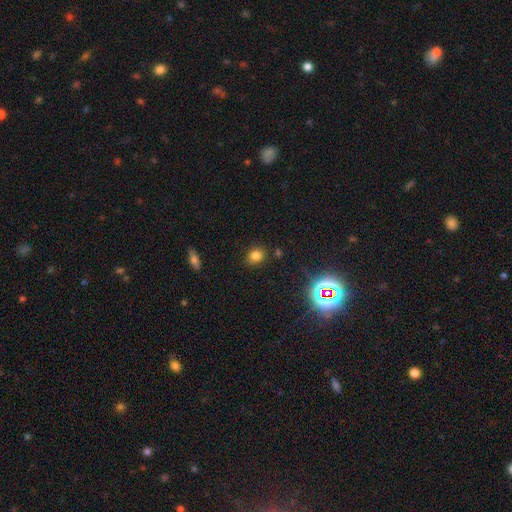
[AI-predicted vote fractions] smooth-or-featured: smooth: 77% | star or artifact: 17% | featured or disk: 6%
  how-rounded: round: 69% | in between: 30% | cigar-shaped: 1%
  merging: none: 83% | minor disturbance: 11% | major disturbance: 3% | merger: 3%